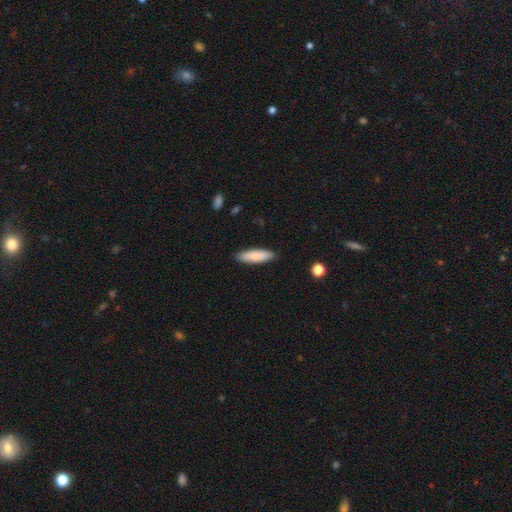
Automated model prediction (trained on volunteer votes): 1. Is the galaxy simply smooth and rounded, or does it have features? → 84% smooth, 11% featured or disk, 6% star or artifact.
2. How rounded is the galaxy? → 54% cigar-shaped, 45% in between, 1% round.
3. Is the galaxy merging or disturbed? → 88% none, 9% minor disturbance, 2% major disturbance, 1% merger.